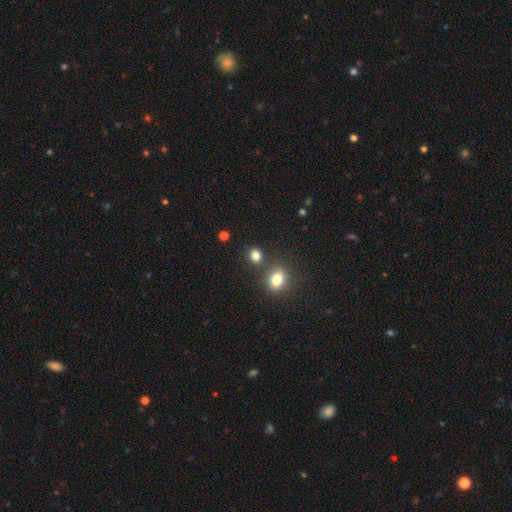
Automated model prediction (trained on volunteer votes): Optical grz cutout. It shows a smooth galaxy with no disk features (81%) that is round (73%). Merging: none (74%).